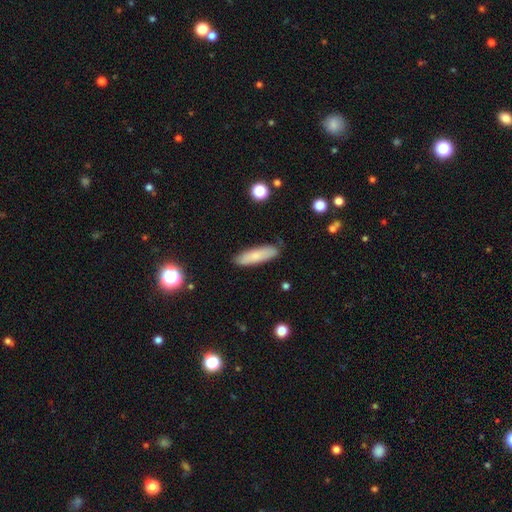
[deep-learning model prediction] A smooth galaxy with no disk features (77%) that is cigar-shaped (70%).

Vote fractions:
- Smooth or featured? smooth: 77% / featured or disk: 16% / star or artifact: 7%
- How rounded? cigar-shaped: 70% / in between: 28% / round: 2%
- Merging? none: 86% / minor disturbance: 11% / major disturbance: 2% / merger: 1%